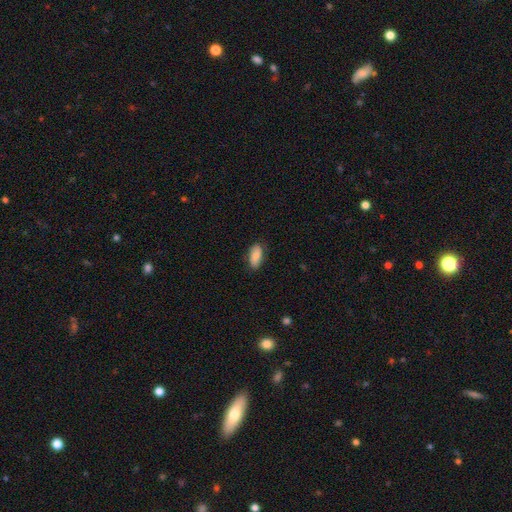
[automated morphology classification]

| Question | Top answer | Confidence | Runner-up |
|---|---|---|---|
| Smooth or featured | smooth | 80% | featured or disk (13%) |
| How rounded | in between | 89% | cigar-shaped (8%) |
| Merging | none | 80% | minor disturbance (16%) |